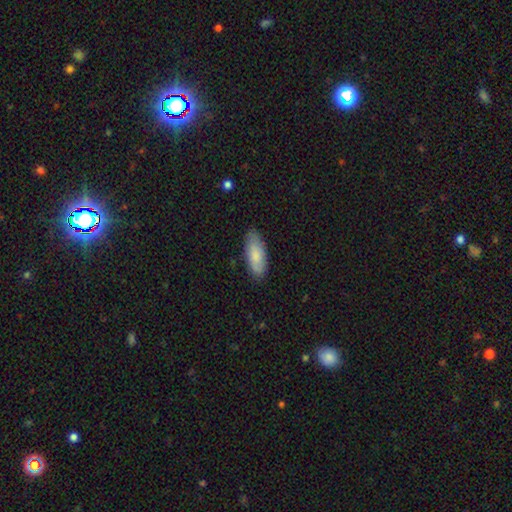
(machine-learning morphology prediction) smooth 80%, featured or disk 15%, star or artifact 5%. Down the decision tree: how rounded — in between (78%); merging — none (81%).